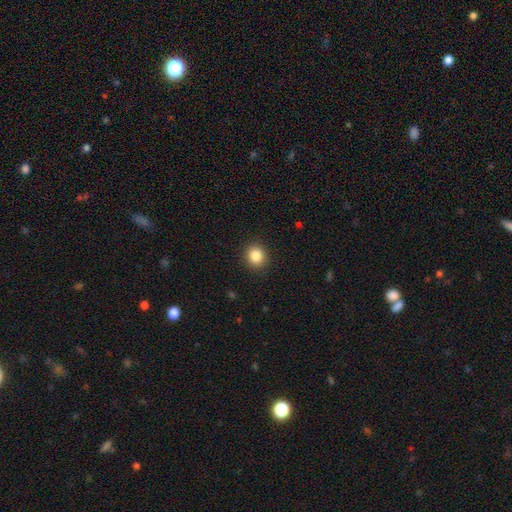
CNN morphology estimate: This appears to be a smooth galaxy with no disk features (85%) that is round (85%). Merging: none (91%).